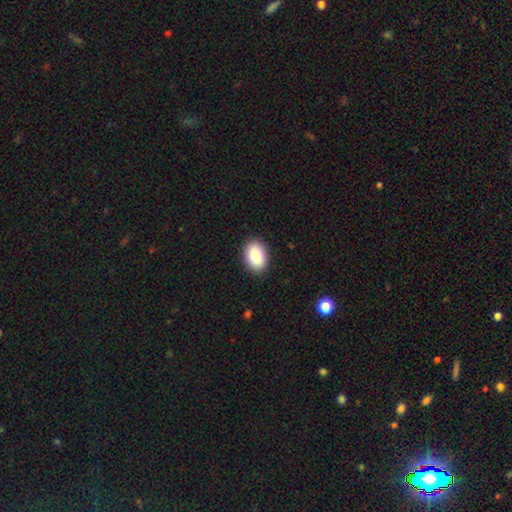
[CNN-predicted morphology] Smooth or featured? smooth (86%)
How rounded? in between (80%)
Merging? none (90%)